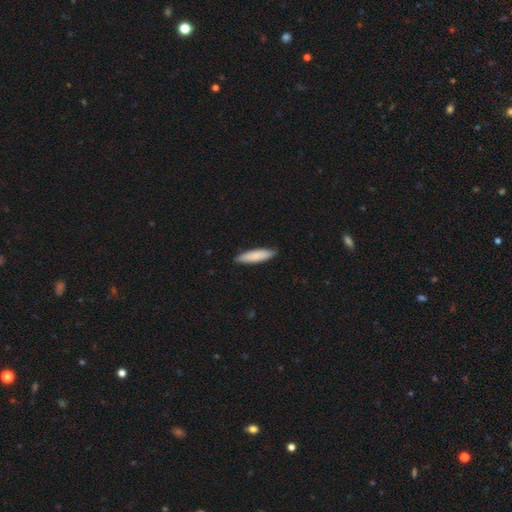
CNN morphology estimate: This is clearly a smooth galaxy (83%). How rounded: likely cigar-shaped (72%). Merging: clearly none (87%).